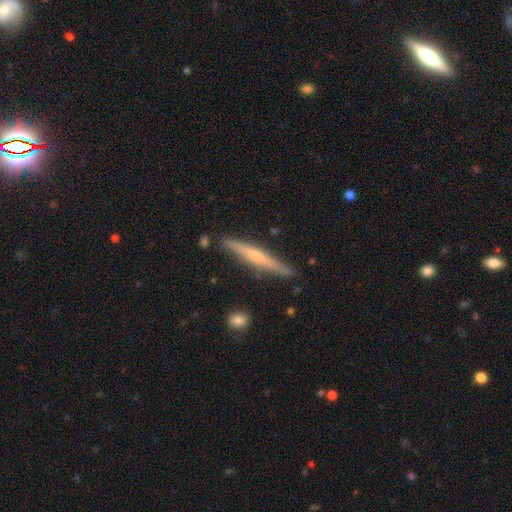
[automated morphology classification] Smooth or featured?
  - featured or disk: 63% *
  - smooth: 31%
  - star or artifact: 6%
Edge-on disk?
  - yes: 97% *
  - no: 3%
Edge-on bulge?
  - rounded: 67% *
  - none: 27%
  - boxy: 6%
Merging?
  - none: 88% *
  - minor disturbance: 9%
  - merger: 2%
  - major disturbance: 2%